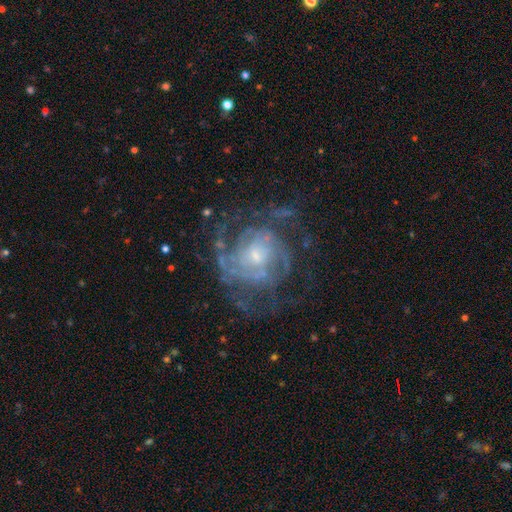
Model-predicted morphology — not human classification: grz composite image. It shows a featured or disk galaxy (84%) with no bar (67%), tight (52%) spiral arms (90%) and a small central bulge (58%). Merging: none (64%).